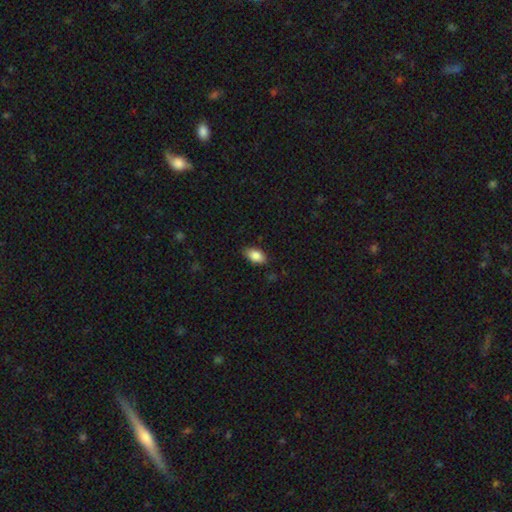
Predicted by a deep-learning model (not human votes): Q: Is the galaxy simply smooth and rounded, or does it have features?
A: smooth — 86%.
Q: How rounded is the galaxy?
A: in between — 91%.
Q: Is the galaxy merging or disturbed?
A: none — 83%.